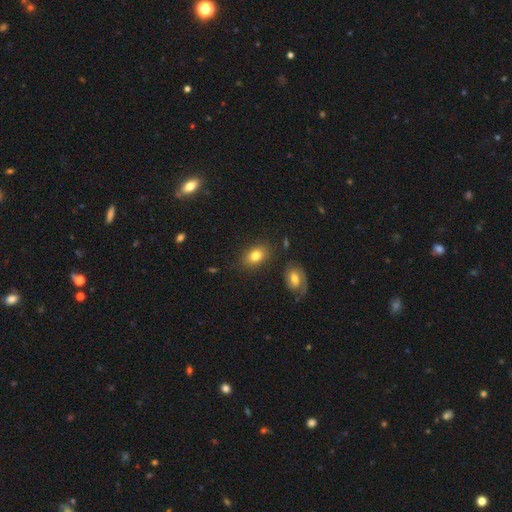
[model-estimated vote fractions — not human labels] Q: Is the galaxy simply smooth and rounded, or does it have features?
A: smooth — 80%.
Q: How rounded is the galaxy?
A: in between — 81%.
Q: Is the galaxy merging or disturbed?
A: none — 80%.